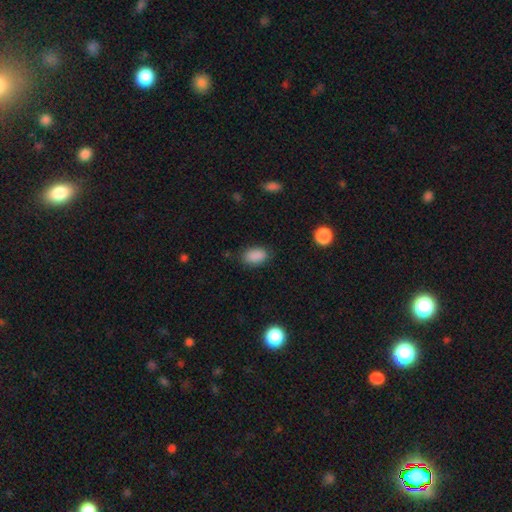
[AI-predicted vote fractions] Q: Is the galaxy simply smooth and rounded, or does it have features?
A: smooth — 88%.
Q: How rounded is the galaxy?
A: in between — 90%.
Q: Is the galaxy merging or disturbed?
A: none — 82%.